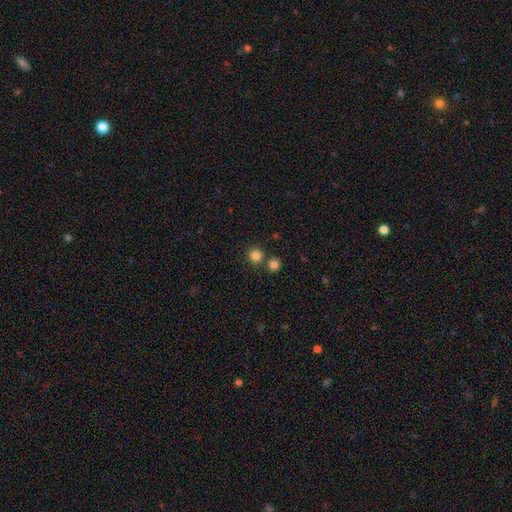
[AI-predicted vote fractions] Smooth or featured? smooth (83%)
How rounded? round (94%)
Merging? none (76%)